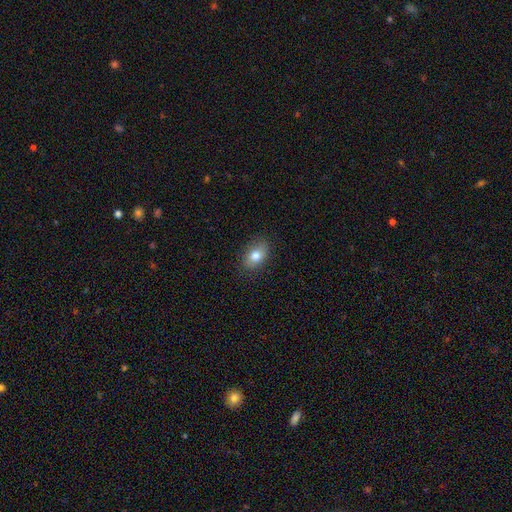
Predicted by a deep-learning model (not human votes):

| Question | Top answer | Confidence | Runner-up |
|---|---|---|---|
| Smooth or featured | smooth | 79% | featured or disk (13%) |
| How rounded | in between | 84% | round (14%) |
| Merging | none | 84% | minor disturbance (12%) |